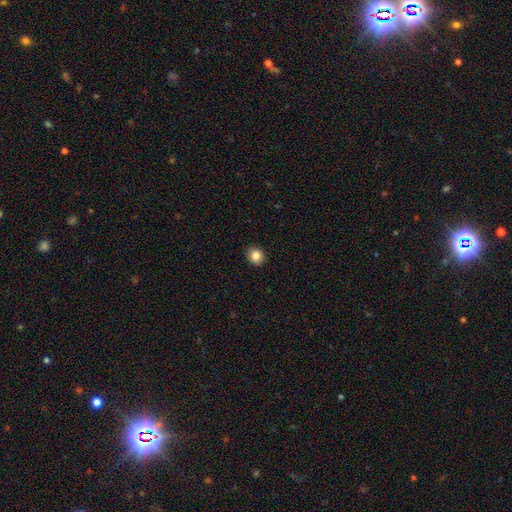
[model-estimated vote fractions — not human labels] A smooth galaxy with no disk features (86%) that is round (72%).

Vote fractions:
- Smooth or featured? smooth: 86% / star or artifact: 10% / featured or disk: 5%
- How rounded? round: 72% / in between: 27% / cigar-shaped: 1%
- Merging? none: 91% / minor disturbance: 7% / major disturbance: 2% / merger: 1%